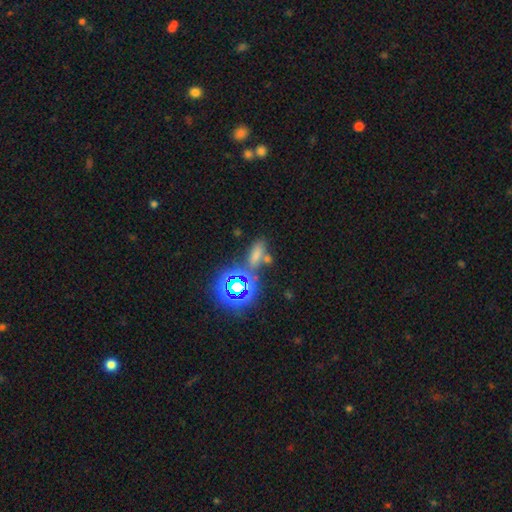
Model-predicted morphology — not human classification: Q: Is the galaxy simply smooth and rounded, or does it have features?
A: smooth — 58%.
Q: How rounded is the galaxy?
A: in between — 67%.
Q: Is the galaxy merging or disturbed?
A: none — 57%.